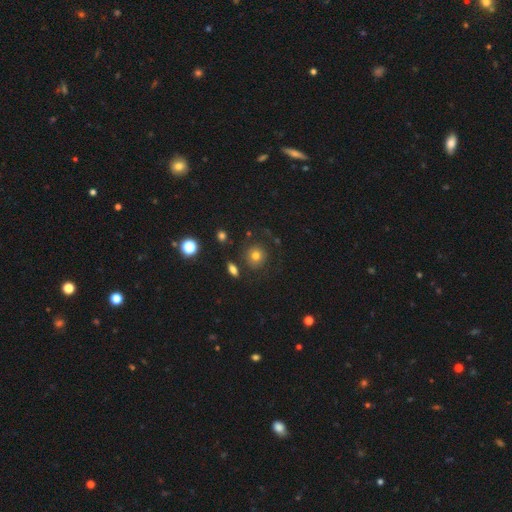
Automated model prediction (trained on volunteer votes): Smooth or featured?
  - smooth: 75% *
  - star or artifact: 13%
  - featured or disk: 12%
How rounded?
  - round: 88% *
  - in between: 11%
  - cigar-shaped: 1%
Merging?
  - none: 80% *
  - minor disturbance: 11%
  - major disturbance: 5%
  - merger: 4%